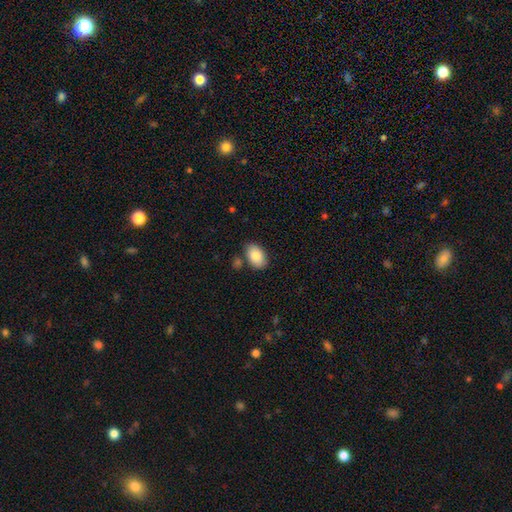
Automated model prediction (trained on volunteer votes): A smooth galaxy with no disk features (86%) that is in between round and cigar-shaped (92%). Merging: none (79%).